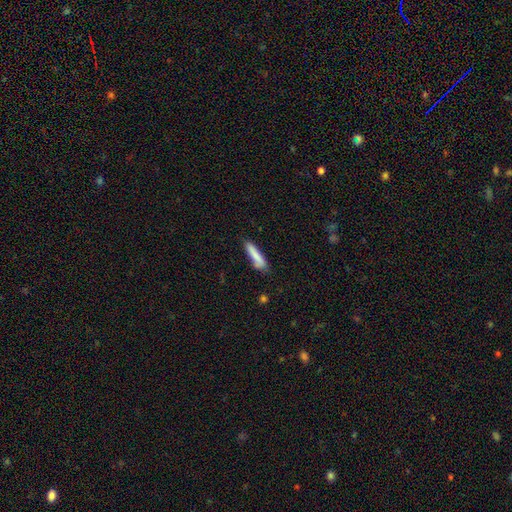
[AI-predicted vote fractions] smooth 82%, featured or disk 12%, star or artifact 6%. Down the decision tree: how rounded — cigar-shaped (84%); merging — none (72%).